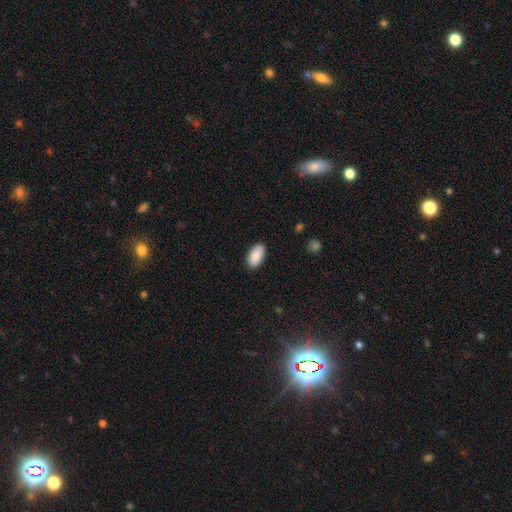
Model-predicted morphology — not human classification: Overall: smooth (89%). How rounded: in between (95%). Merging: none (88%).